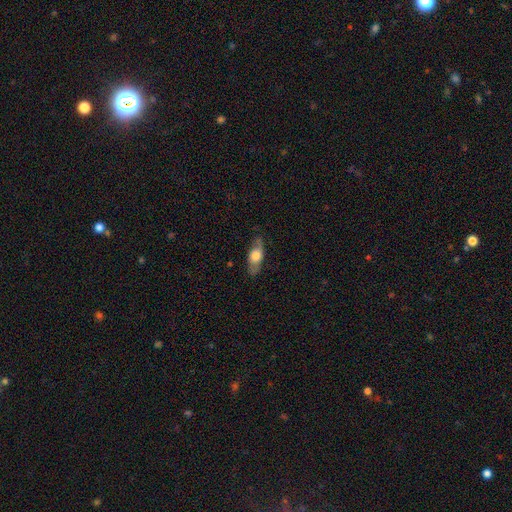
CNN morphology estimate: type=smooth (54%); roundness=in between (68%); merging=none (78%).